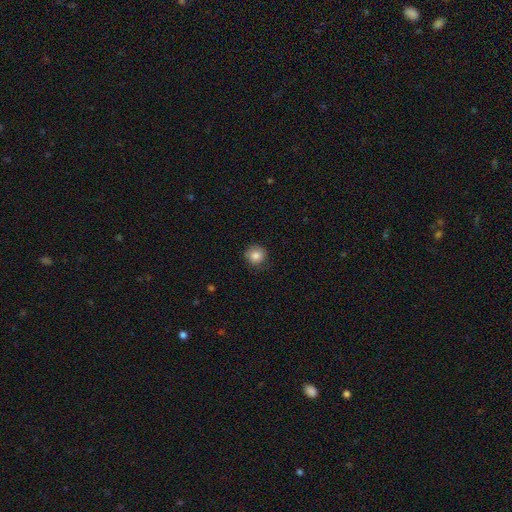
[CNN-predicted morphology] Smooth or featured? smooth (83%)
How rounded? round (92%)
Merging? none (83%)